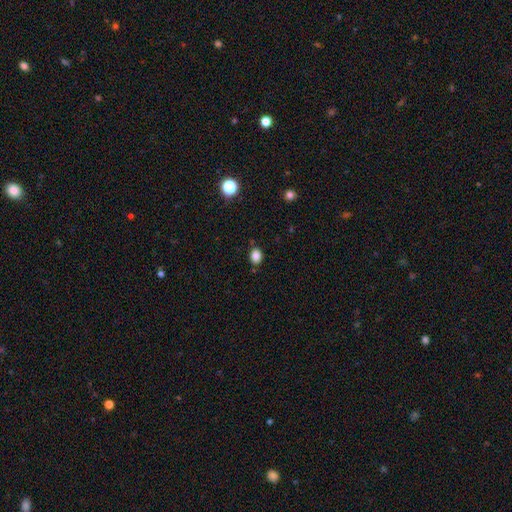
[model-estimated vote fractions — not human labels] Smooth or featured?
  - smooth: 85% *
  - star or artifact: 11%
  - featured or disk: 4%
How rounded?
  - in between: 61% *
  - round: 38%
  - cigar-shaped: 1%
Merging?
  - none: 81% *
  - minor disturbance: 13%
  - merger: 4%
  - major disturbance: 3%